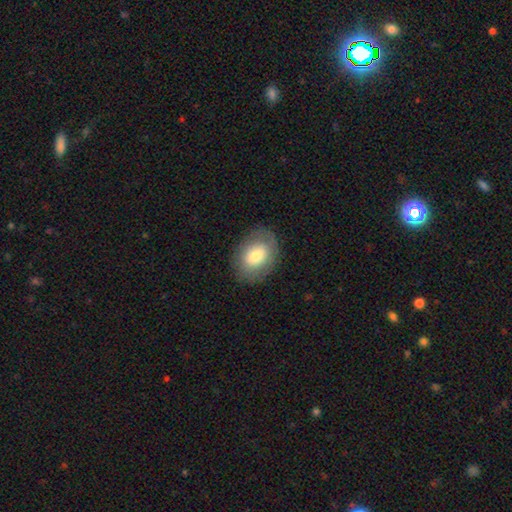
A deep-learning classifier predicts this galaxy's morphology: The model was most divided on "how rounded": in between: 74%, round: 25%, cigar-shaped: 1%. More confident: merging — none (82%); smooth or featured — smooth (74%).